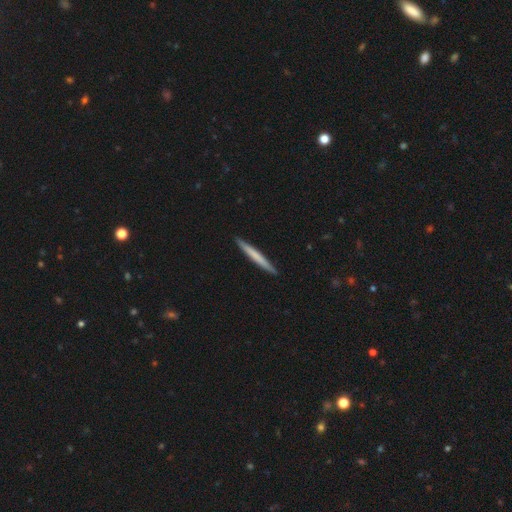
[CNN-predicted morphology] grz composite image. It shows a smooth galaxy with no disk features (64%) that is cigar-shaped (97%). Merging: none (92%).